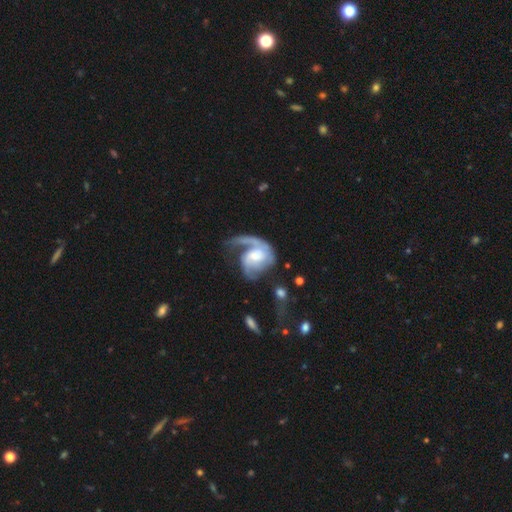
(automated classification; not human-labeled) A featured or disk galaxy (82%) with no bar (53%), 1 (47%) medium (42%) spiral arms (93%) and a moderate central bulge (43%).

Vote fractions:
- Smooth or featured? featured or disk: 82% / smooth: 13% / star or artifact: 5%
- Edge-on disk? no: 98% / yes: 2%
- Bar? no: 53% / weak: 38% / strong: 9%
- Spiral arms? yes: 93% / no: 7%
- Spiral winding? medium: 42% / loose: 32% / tight: 26%
- Spiral arm count? 1: 47% / 2: 34% / can't tell: 9% / 3: 5% / 4: 2% / more than 4: 2%
- Bulge size? moderate: 43% / small: 35% / large: 12% / none: 8% / dominant: 2%
- Merging? major disturbance: 43% / none: 33% / minor disturbance: 17% / merger: 7%